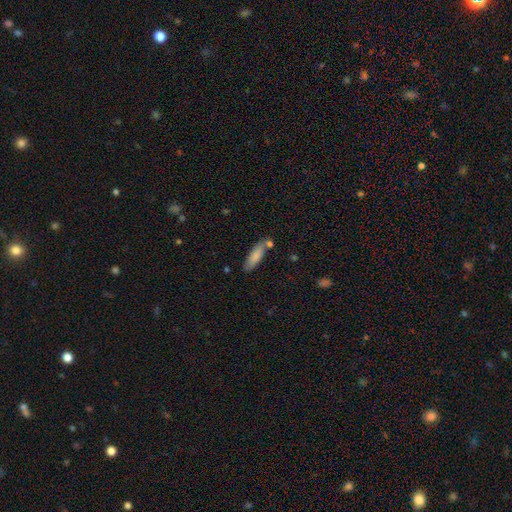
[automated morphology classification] Smooth or featured: smooth — 81% (featured or disk — 13%)
How rounded: cigar-shaped — 59% (in between — 40%)
Merging: none — 72% (minor disturbance — 15%)